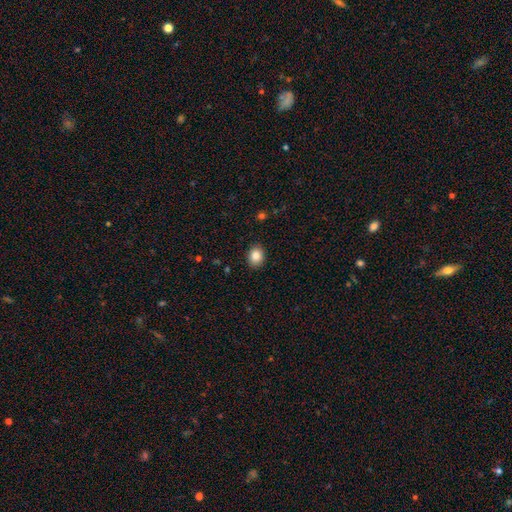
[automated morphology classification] This appears to be a smooth galaxy with no disk features (86%) that is in between round and cigar-shaped (52%). Merging: none (89%).